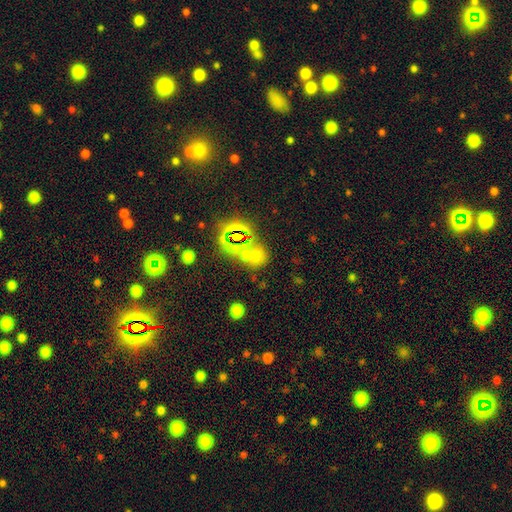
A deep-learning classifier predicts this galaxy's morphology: smooth 51%, star or artifact 38%, featured or disk 11%. Down the decision tree: how rounded — round (73%); merging — none (54%).